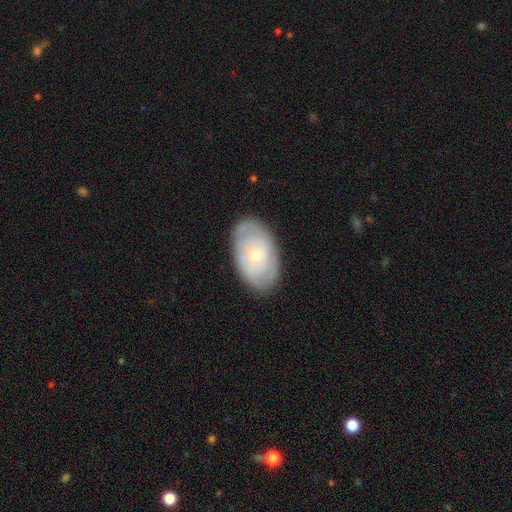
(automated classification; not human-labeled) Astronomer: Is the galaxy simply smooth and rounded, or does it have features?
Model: featured or disk — 53% (runner-up: smooth, 40%).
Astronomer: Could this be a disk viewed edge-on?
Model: no — 94%.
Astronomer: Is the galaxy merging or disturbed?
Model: none — 80%.